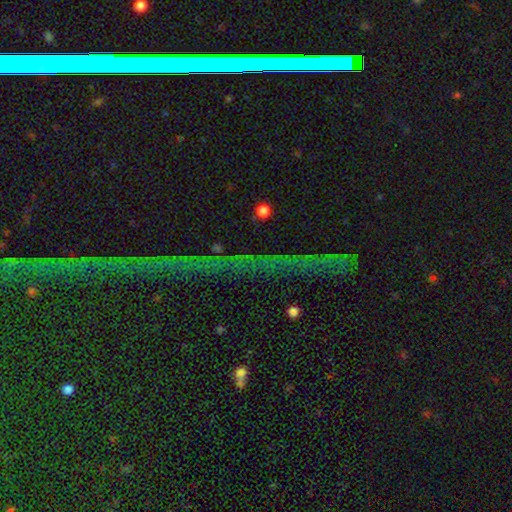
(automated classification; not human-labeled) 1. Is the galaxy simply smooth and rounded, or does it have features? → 70% star or artifact, 17% featured or disk, 13% smooth.